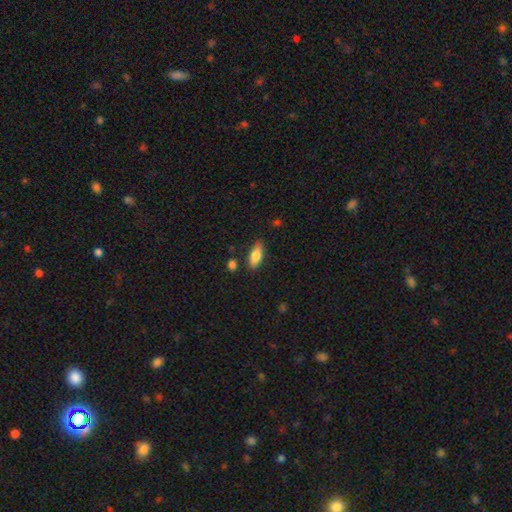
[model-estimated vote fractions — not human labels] smooth_or_featured: smooth (p=0.77) [alt: featured or disk p=0.16]
how_rounded: in between (p=0.77) [alt: cigar-shaped p=0.21]
merging: none (p=0.81) [alt: minor disturbance p=0.13]